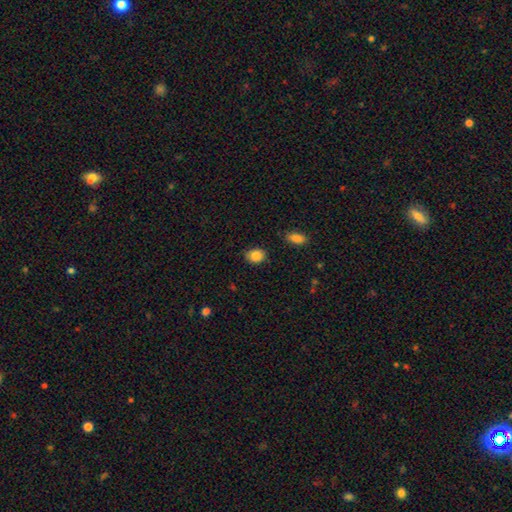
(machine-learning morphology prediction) Smooth or featured? smooth (85%)
How rounded? in between (51%)
Merging? none (81%)